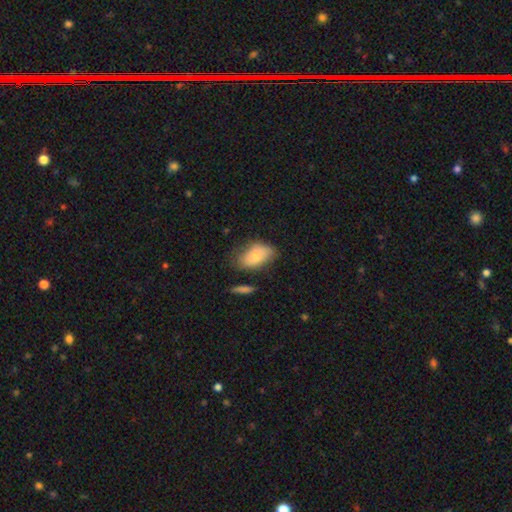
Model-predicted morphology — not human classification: Smooth or featured: smooth — 77% (featured or disk — 16%)
How rounded: in between — 91% (round — 7%)
Merging: none — 60% (minor disturbance — 28%)